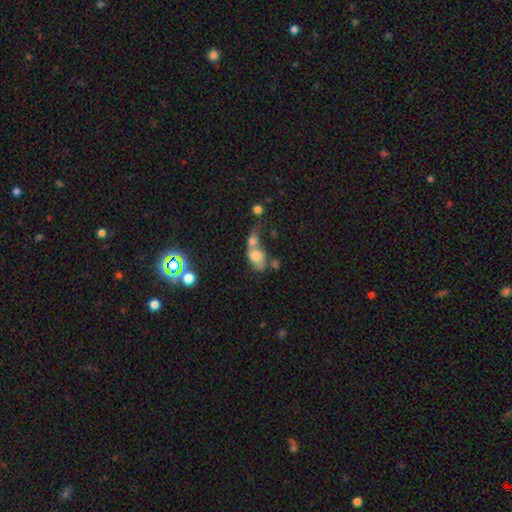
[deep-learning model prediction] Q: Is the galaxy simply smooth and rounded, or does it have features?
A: smooth — 58%.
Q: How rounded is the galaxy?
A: in between — 71%.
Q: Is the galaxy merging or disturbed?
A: merger — 66%.